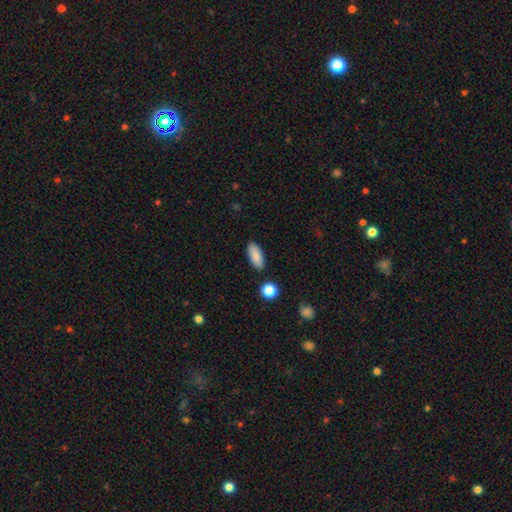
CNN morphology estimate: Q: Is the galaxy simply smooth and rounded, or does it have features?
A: smooth — 87%.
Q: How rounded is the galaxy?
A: in between — 86%.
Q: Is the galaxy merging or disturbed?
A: none — 87%.